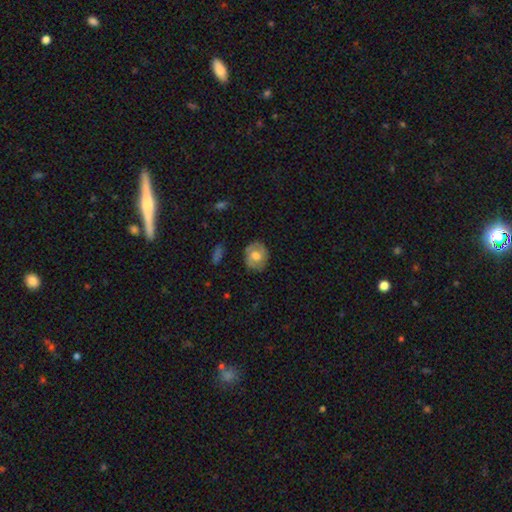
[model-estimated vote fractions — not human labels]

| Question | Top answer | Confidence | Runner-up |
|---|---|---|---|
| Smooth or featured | smooth | 61% | featured or disk (32%) |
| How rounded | round | 68% | in between (31%) |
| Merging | none | 76% | minor disturbance (18%) |